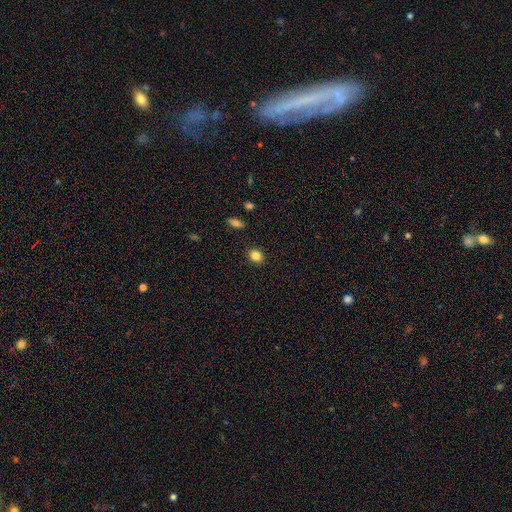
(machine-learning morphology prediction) A smooth galaxy with no disk features (84%) that is round (67%). Merging: none (90%).